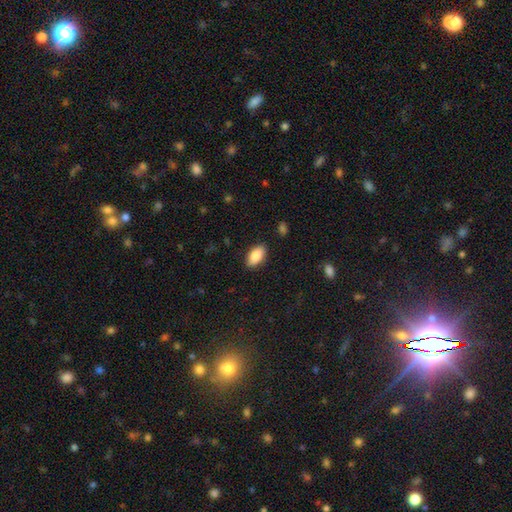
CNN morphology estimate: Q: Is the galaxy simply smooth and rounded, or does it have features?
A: smooth — 87%.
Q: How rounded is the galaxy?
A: in between — 93%.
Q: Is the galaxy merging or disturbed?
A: none — 88%.